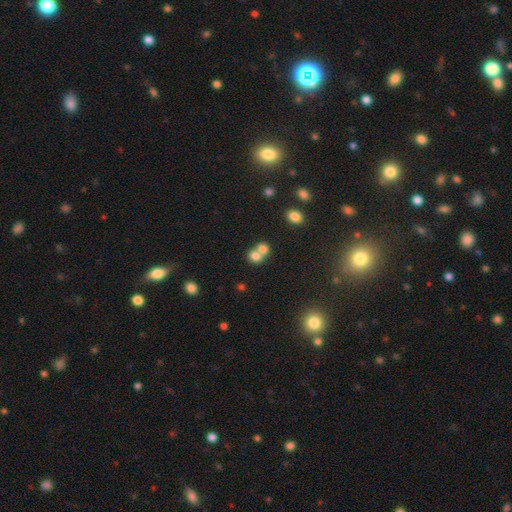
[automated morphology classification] This is likely a smooth galaxy (75%). How rounded: likely round (67%). Merging: likely merger (65%).